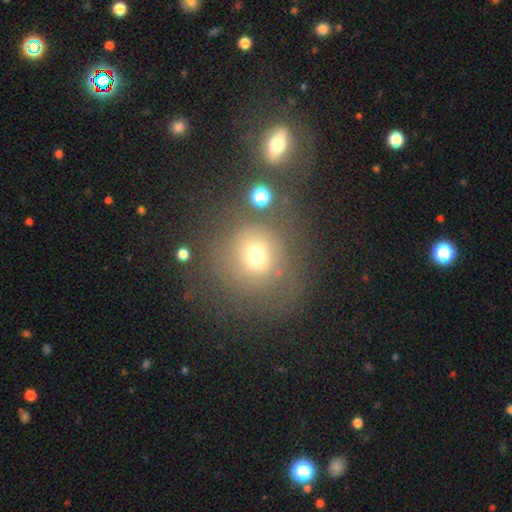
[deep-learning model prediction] smooth_or_featured: smooth (p=0.66) [alt: star or artifact p=0.18]
how_rounded: round (p=0.88) [alt: in between p=0.11]
merging: none (p=0.64) [alt: minor disturbance p=0.16]